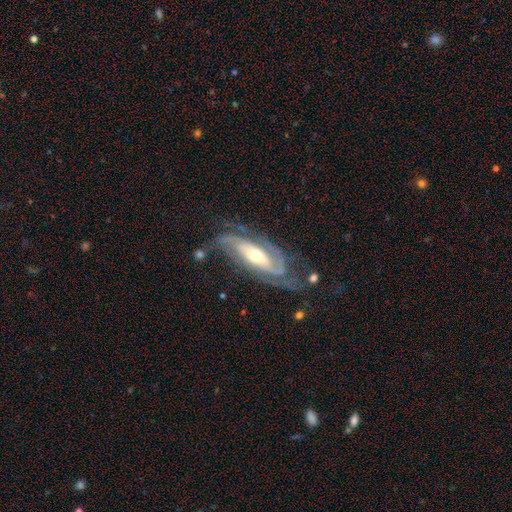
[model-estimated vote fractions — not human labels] This appears to be a featured or disk galaxy (88%) with no bar (50%), 2 (58%) tight (44%) spiral arms (96%) and a moderate central bulge (65%). Merging: none (64%).